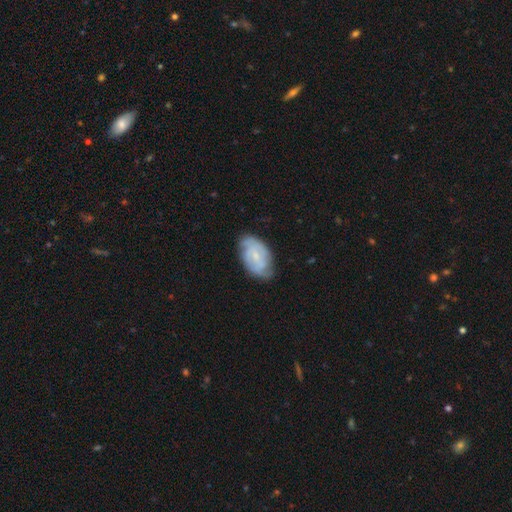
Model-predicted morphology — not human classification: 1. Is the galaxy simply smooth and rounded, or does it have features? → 65% featured or disk, 28% smooth, 6% star or artifact.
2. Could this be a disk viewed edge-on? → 96% no, 4% yes.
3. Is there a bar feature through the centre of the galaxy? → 56% no, 37% weak, 7% strong.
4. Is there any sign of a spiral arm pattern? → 87% yes, 13% no.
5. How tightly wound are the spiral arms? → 54% tight, 36% medium, 11% loose.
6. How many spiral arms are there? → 44% 2, 34% can't tell, 12% 3, 4% 4, 3% 1, 3% more than 4.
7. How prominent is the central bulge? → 66% small, 24% moderate, 8% none, 1% large, 1% dominant.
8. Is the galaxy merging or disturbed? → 70% none, 23% minor disturbance, 6% major disturbance, 1% merger.